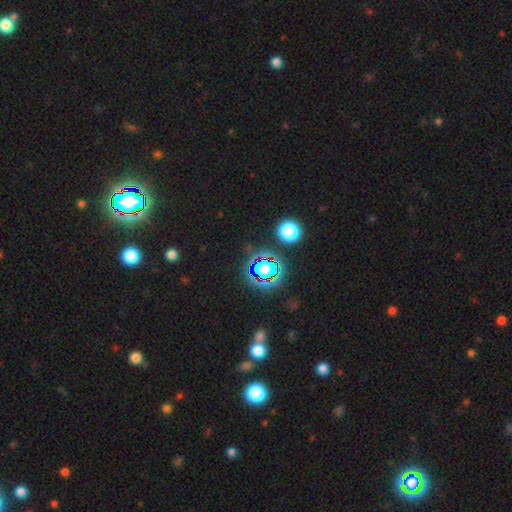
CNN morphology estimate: A star or artifact, not a galaxy (80%).

Vote fractions:
- Smooth or featured? star or artifact: 80% / smooth: 12% / featured or disk: 7%